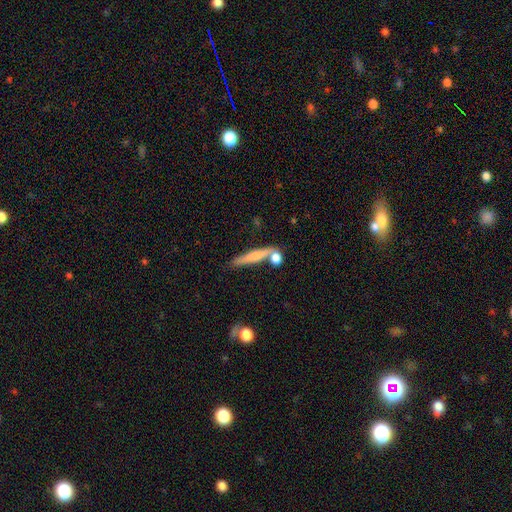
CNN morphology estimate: A smooth galaxy with no disk features (59%) that is cigar-shaped (86%).

Vote fractions:
- Smooth or featured? smooth: 59% / featured or disk: 34% / star or artifact: 7%
- How rounded? cigar-shaped: 86% / in between: 10% / round: 4%
- Merging? none: 61% / merger: 19% / minor disturbance: 14% / major disturbance: 5%